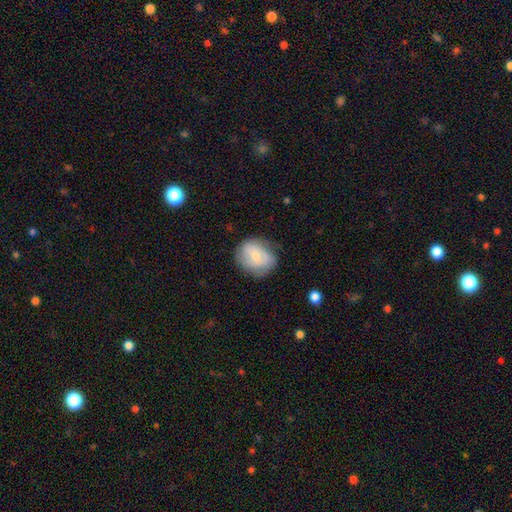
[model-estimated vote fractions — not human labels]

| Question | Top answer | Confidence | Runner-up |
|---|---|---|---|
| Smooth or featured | smooth | 55% | featured or disk (38%) |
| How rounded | round | 61% | in between (38%) |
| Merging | none | 66% | minor disturbance (25%) |